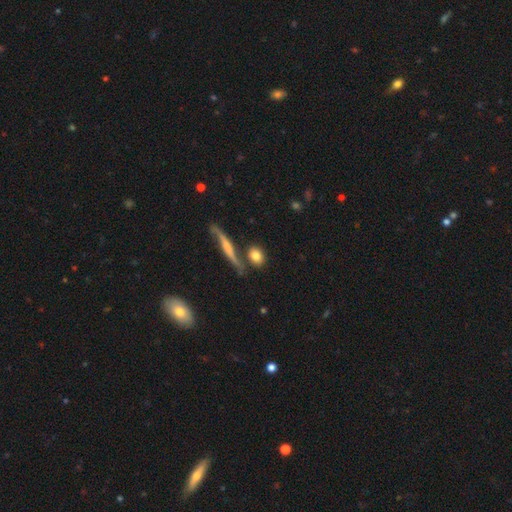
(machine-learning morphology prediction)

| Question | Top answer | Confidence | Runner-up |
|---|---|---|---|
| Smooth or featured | smooth | 79% | featured or disk (13%) |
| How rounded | round | 49% | in between (43%) |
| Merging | none | 68% | merger (14%) |